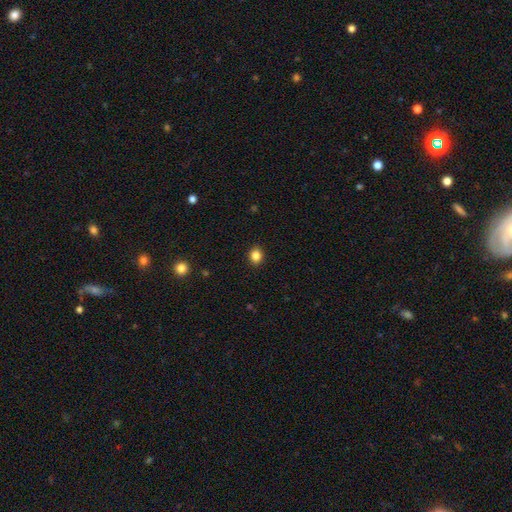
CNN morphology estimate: smooth_or_featured: smooth (p=0.85) [alt: star or artifact p=0.11]
how_rounded: round (p=0.64) [alt: in between p=0.35]
merging: none (p=0.91) [alt: minor disturbance p=0.06]